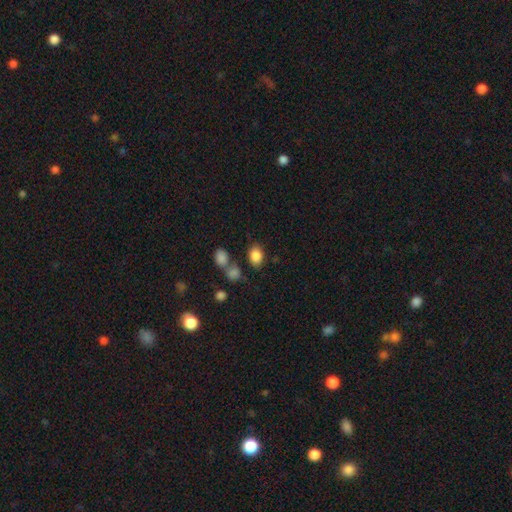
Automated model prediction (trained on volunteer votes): smooth-or-featured: smooth: 85% | star or artifact: 9% | featured or disk: 6%
  how-rounded: in between: 73% | round: 26% | cigar-shaped: 1%
  merging: none: 70% | merger: 13% | minor disturbance: 12% | major disturbance: 4%